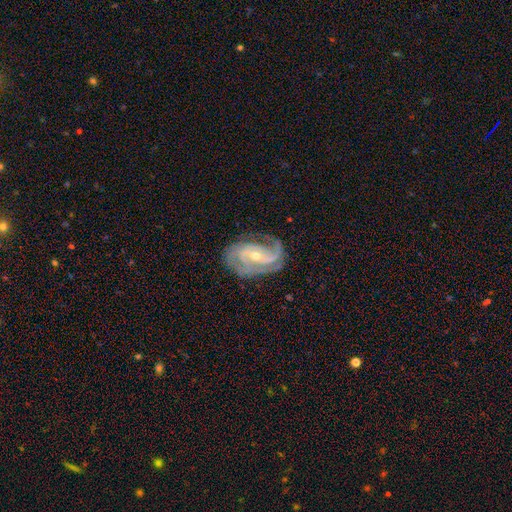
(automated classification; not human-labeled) This is clearly a featured or disk galaxy (90%). It is clearly not viewed edge-on (97%). Bar: marginally no (43%). Spiral arm pattern: clearly yes (97%). Spiral arm count: possibly 2 (45%). Spiral winding: possibly tight (50%). Central bulge: possibly small (58%). Merging: likely none (69%).